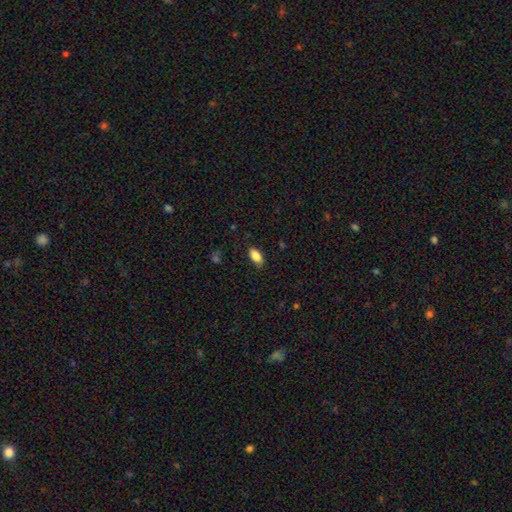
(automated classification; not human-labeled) Smooth or featured? smooth (87%)
How rounded? in between (92%)
Merging? none (83%)